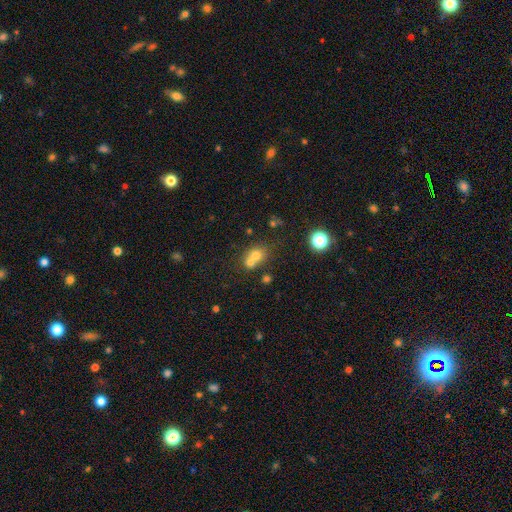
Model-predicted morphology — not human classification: smooth-or-featured: smooth: 69% | featured or disk: 16% | star or artifact: 15%
  how-rounded: round: 69% | in between: 30% | cigar-shaped: 1%
  merging: merger: 60% | none: 30% | minor disturbance: 7% | major disturbance: 3%